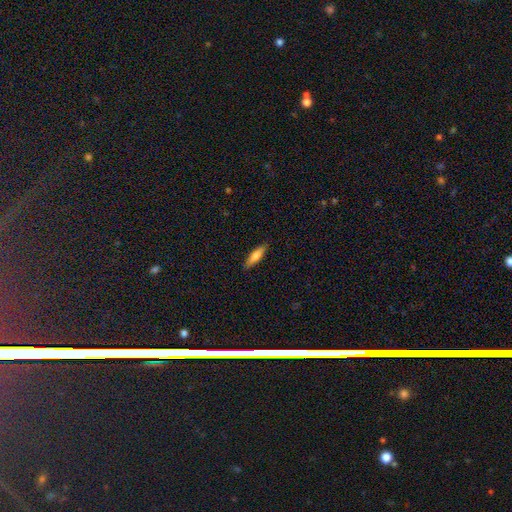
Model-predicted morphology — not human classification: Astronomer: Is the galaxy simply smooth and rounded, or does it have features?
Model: smooth — 69%.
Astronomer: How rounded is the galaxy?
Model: cigar-shaped — 67%.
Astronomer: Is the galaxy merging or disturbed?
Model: none — 88%.